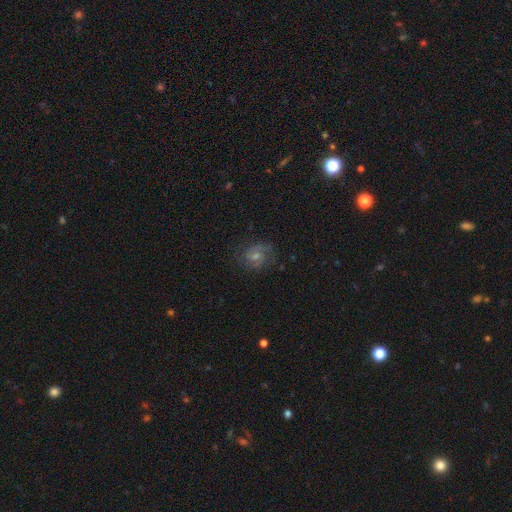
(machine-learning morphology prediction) Q: Smooth or featured?
A: featured or disk (63%); runner-up: smooth (20%)
Q: Edge-on disk?
A: no (97%); runner-up: yes (3%)
Q: Bar?
A: no (58%); runner-up: weak (36%)
Q: Spiral arms?
A: yes (90%); runner-up: no (10%)
Q: Spiral winding?
A: medium (47%); runner-up: tight (36%)
Q: Spiral arm count?
A: 2 (61%); runner-up: can't tell (21%)
Q: Bulge size?
A: small (47%); runner-up: moderate (43%)
Q: Merging?
A: none (75%); runner-up: minor disturbance (15%)